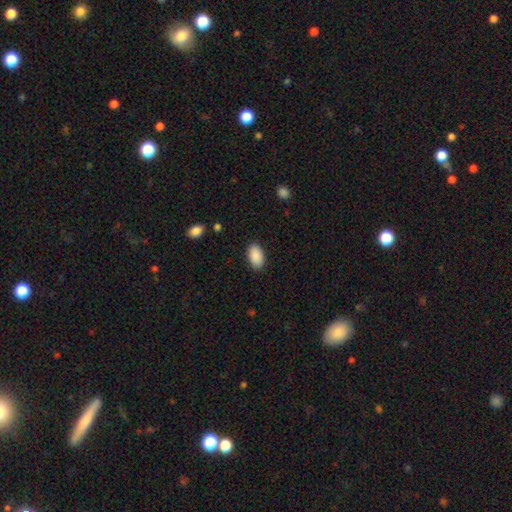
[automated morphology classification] smooth 91%, star or artifact 6%, featured or disk 3%. Down the decision tree: how rounded — in between (94%); merging — none (88%).